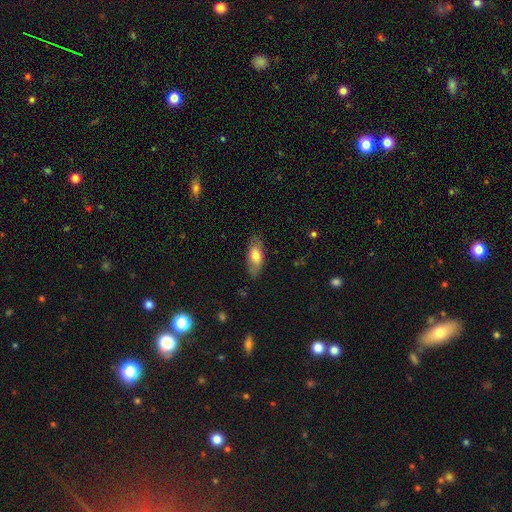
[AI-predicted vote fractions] Smooth or featured? Predicted: smooth (p=0.71). How rounded? Predicted: in between (p=0.82). Merging? Predicted: none (p=0.80).